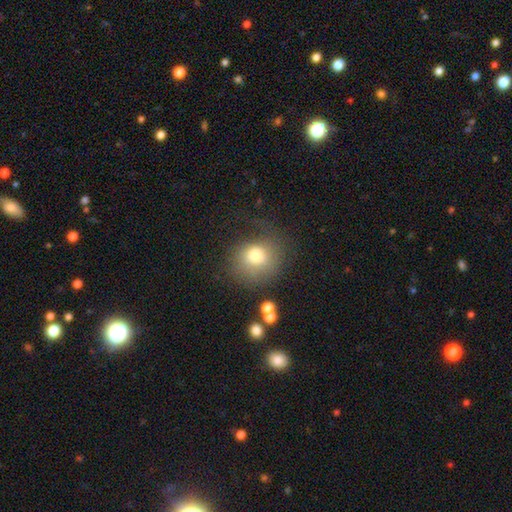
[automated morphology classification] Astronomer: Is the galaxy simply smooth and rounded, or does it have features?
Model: smooth — 76%.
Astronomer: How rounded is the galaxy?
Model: round — 78%.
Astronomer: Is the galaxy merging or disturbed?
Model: none — 54%.